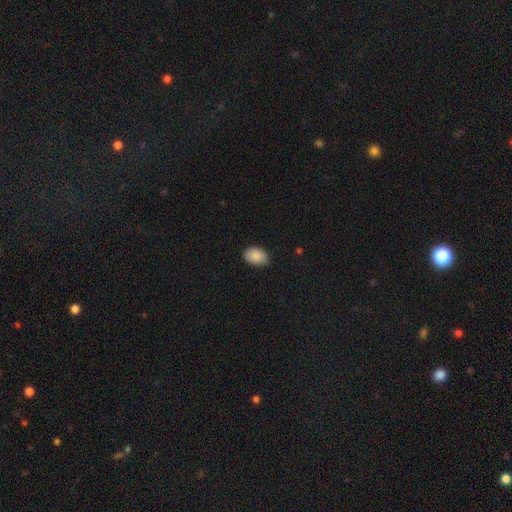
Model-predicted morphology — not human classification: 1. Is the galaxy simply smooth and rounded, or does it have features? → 89% smooth, 7% star or artifact, 4% featured or disk.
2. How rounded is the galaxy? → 88% in between, 11% round, 1% cigar-shaped.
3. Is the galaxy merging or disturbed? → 85% none, 12% minor disturbance, 2% major disturbance, 1% merger.